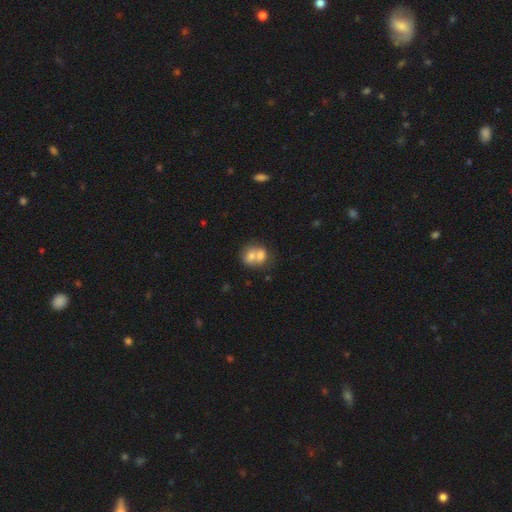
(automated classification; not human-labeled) Overall: smooth (67%). How rounded: round (56%; in between 43%). Merging: merger (70%).